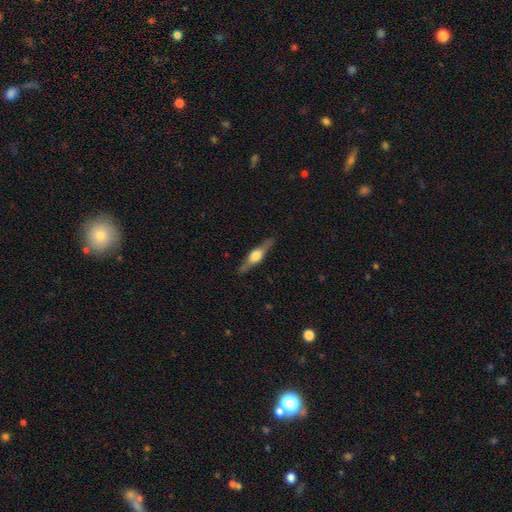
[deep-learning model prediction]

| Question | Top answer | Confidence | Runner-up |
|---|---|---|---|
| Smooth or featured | featured or disk | 70% | smooth (25%) |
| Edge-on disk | yes | 96% | no (4%) |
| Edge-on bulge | rounded | 90% | boxy (8%) |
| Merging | none | 87% | minor disturbance (10%) |